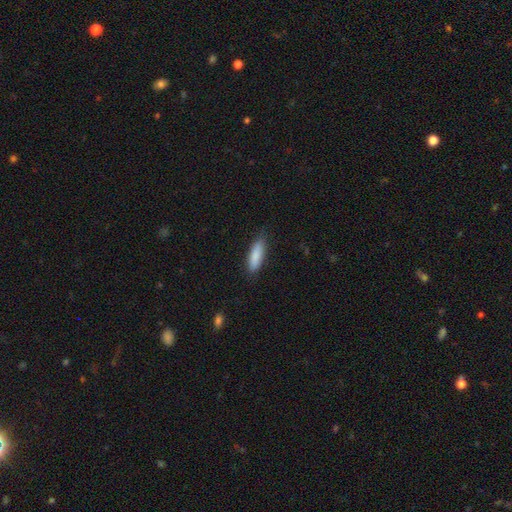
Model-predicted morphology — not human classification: Smooth or featured?
  - smooth: 87% *
  - featured or disk: 8%
  - star or artifact: 6%
How rounded?
  - cigar-shaped: 54% *
  - in between: 45%
  - round: 2%
Merging?
  - none: 84% *
  - minor disturbance: 12%
  - major disturbance: 2%
  - merger: 1%